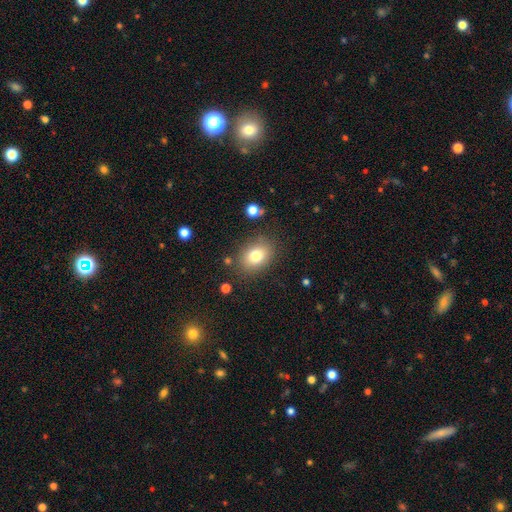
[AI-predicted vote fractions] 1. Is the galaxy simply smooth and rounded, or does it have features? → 80% smooth, 10% featured or disk, 10% star or artifact.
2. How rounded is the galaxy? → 68% in between, 31% round, 1% cigar-shaped.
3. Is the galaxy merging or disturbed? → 81% none, 12% minor disturbance, 4% major disturbance, 3% merger.